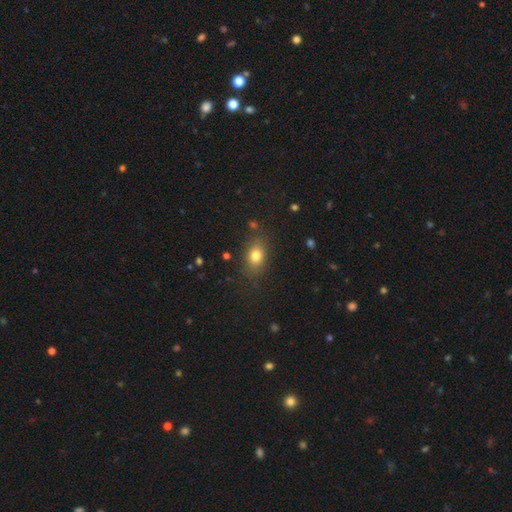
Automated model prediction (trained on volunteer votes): Smooth or featured? smooth (80%)
How rounded? in between (71%)
Merging? none (79%)